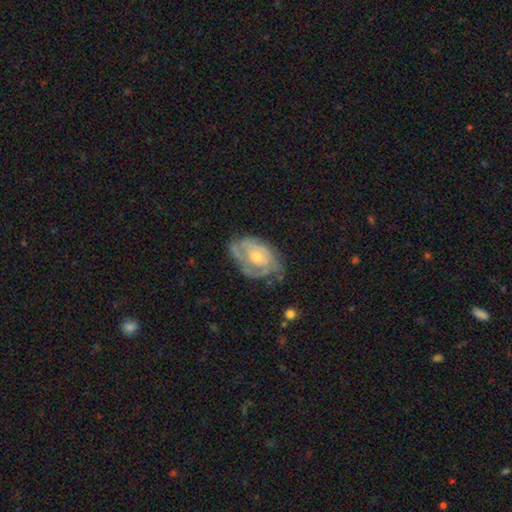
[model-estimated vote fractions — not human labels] Smooth or featured? featured or disk (75%)
Edge-on disk? no (95%)
Bar? no (74%)
Spiral arms? yes (83%)
Spiral winding? tight (61%)
Spiral arm count? can't tell (42%)
Bulge size? small (49%)
Merging? none (59%)